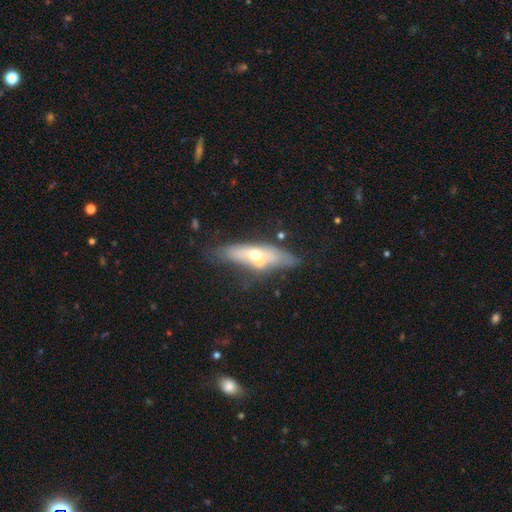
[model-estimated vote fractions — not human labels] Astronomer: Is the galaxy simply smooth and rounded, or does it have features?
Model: featured or disk — 55% (runner-up: smooth, 38%).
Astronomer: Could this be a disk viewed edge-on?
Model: yes — 53% (runner-up: no, 47%).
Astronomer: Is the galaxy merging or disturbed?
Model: none — 48% (runner-up: merger, 25%).